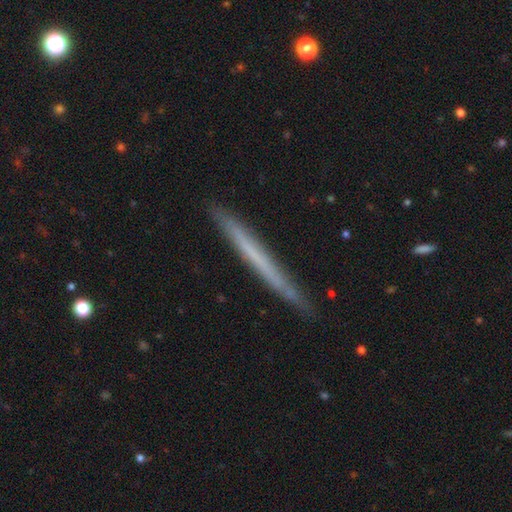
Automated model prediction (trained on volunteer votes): Morphology: type=featured or disk (47%); merging=none (88%).